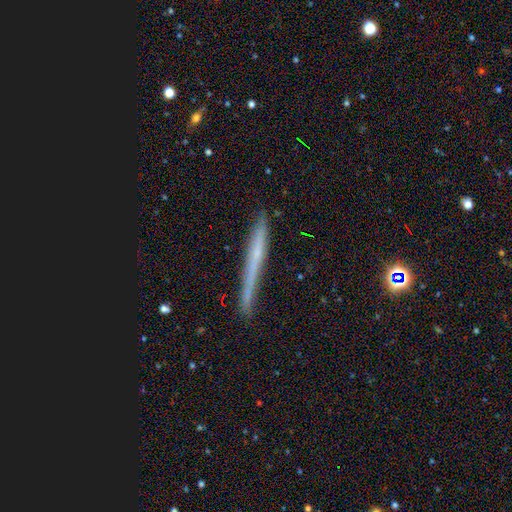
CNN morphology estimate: Smooth or featured?
  - featured or disk: 45% *
  - smooth: 42%
  - star or artifact: 13%
Merging?
  - none: 80% *
  - minor disturbance: 15%
  - major disturbance: 3%
  - merger: 2%